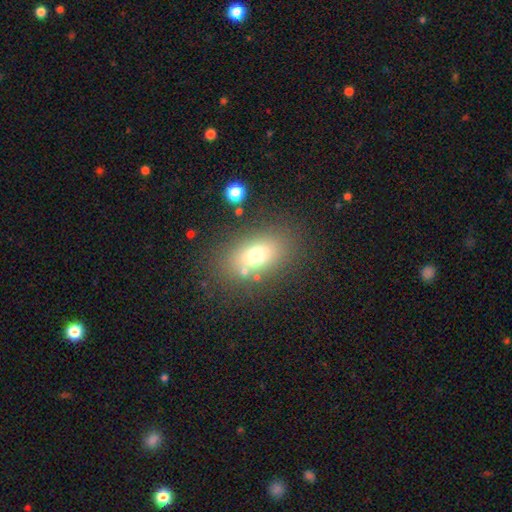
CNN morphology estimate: smooth 71%, featured or disk 16%, star or artifact 13%. Down the decision tree: how rounded — in between (80%); merging — none (77%).